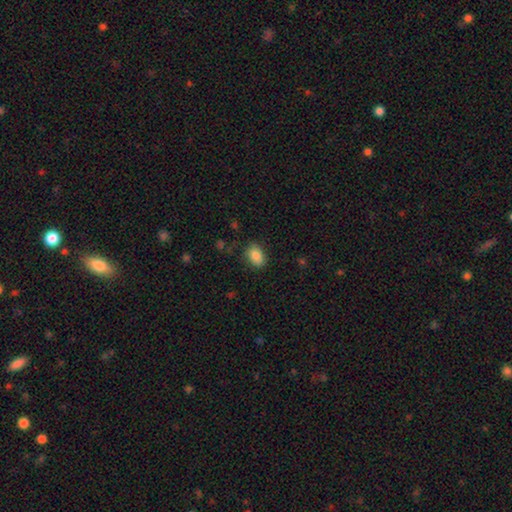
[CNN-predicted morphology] A smooth galaxy with no disk features (85%) that is in between round and cigar-shaped (83%). Merging: none (79%).